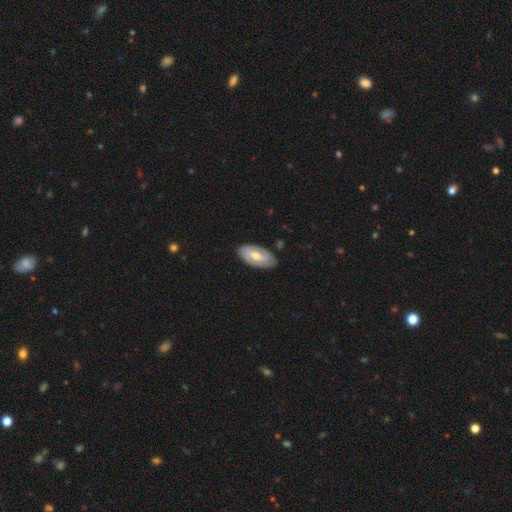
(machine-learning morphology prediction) A featured or disk galaxy (56%) with a weak bar (47%), spiral arms (63%) and a moderate central bulge (67%). Merging: none (83%).